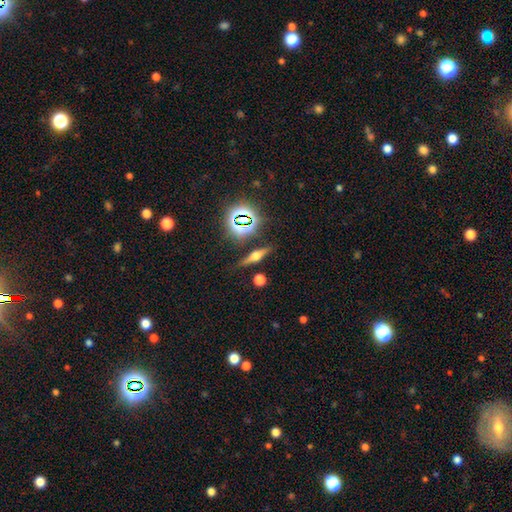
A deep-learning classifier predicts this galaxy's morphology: Smooth or featured: featured or disk — 54% (smooth — 28%)
Edge-on disk: yes — 93% (no — 7%)
Edge-on bulge: rounded — 92% (boxy — 6%)
Merging: none — 83% (minor disturbance — 11%)